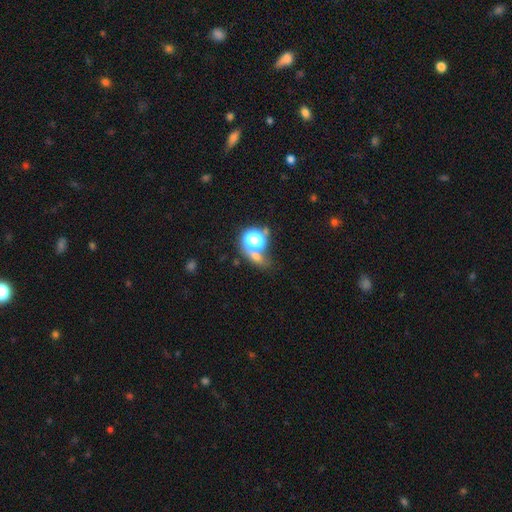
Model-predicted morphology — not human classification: Q: Smooth or featured?
A: smooth (53%); runner-up: star or artifact (36%)
Q: How rounded?
A: round (65%); runner-up: in between (31%)
Q: Merging?
A: none (52%); runner-up: merger (24%)